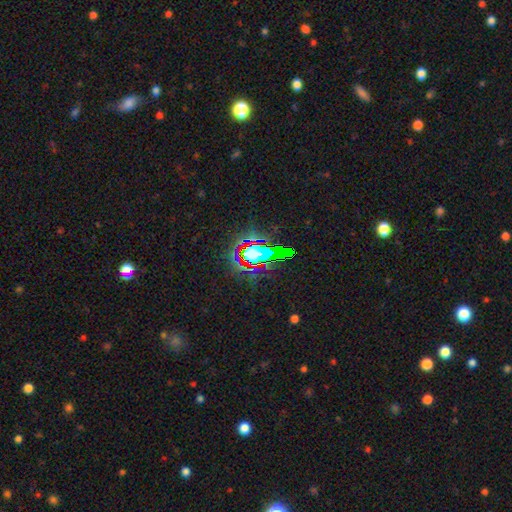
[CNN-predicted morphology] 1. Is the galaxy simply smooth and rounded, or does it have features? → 63% star or artifact, 20% smooth, 16% featured or disk.